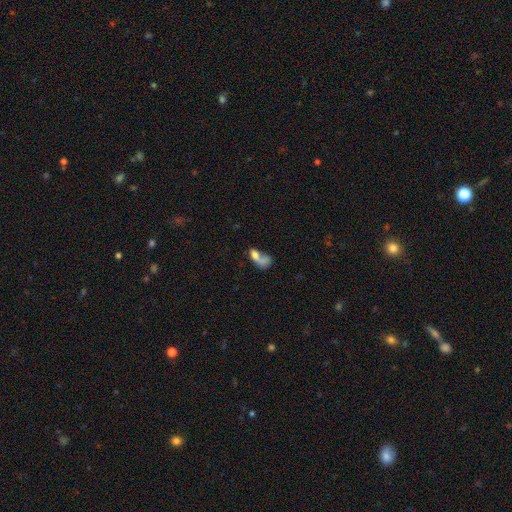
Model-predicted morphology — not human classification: Smooth or featured? smooth (61%)
How rounded? in between (76%)
Merging? merger (43%)